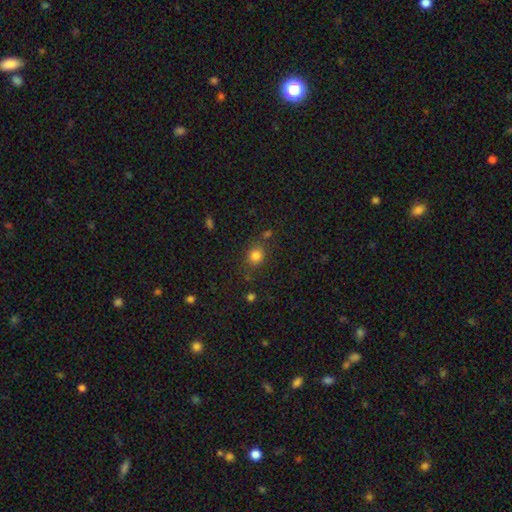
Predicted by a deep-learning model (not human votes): This is clearly a smooth galaxy (81%). How rounded: likely round (79%). Merging: likely none (78%).